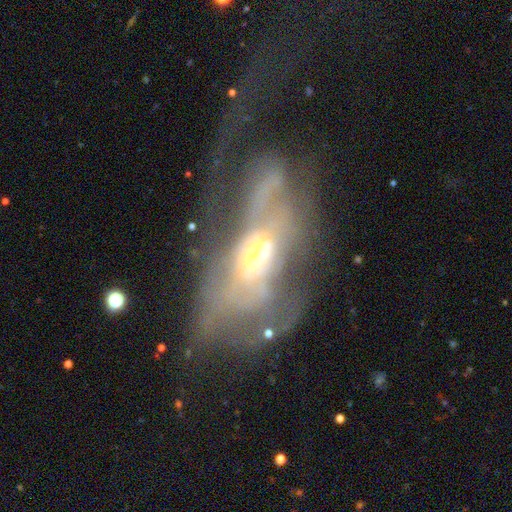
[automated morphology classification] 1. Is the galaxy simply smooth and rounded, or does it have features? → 69% featured or disk, 21% smooth, 10% star or artifact.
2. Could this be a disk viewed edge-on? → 89% no, 11% yes.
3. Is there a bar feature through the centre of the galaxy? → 62% no, 27% weak, 11% strong.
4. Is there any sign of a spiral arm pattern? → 53% no, 47% yes.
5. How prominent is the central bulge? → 60% moderate, 20% small, 15% large, 2% none, 2% dominant.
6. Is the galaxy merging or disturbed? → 58% major disturbance, 20% none, 15% minor disturbance, 7% merger.